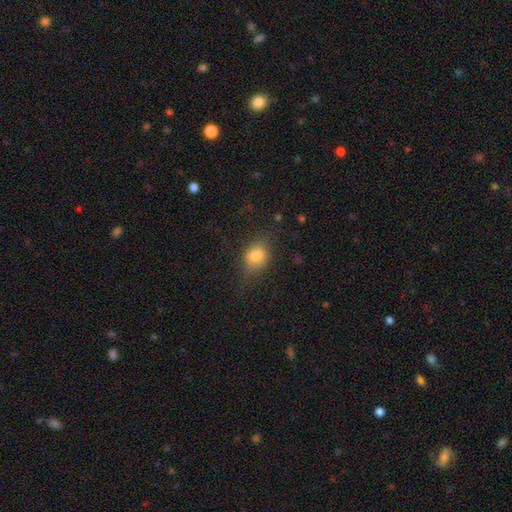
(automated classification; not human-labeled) This appears to be a smooth galaxy with no disk features (73%) that is in between round and cigar-shaped (71%). Merging: none (62%).